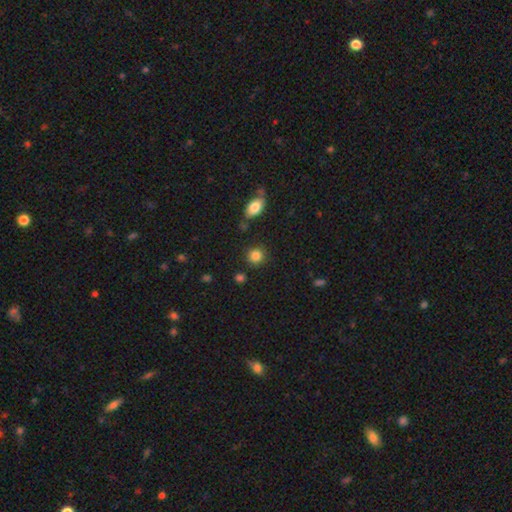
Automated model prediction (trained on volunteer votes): smooth_or_featured: smooth (p=0.85) [alt: star or artifact p=0.10]
how_rounded: round (p=0.88) [alt: in between p=0.11]
merging: none (p=0.85) [alt: minor disturbance p=0.08]